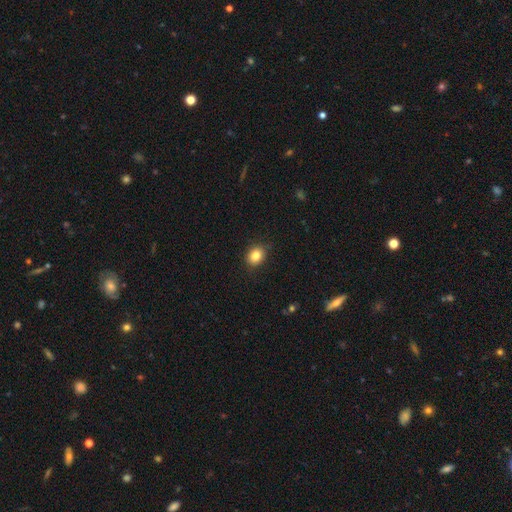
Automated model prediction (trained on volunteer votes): Q: Smooth or featured?
A: smooth (84%); runner-up: star or artifact (10%)
Q: How rounded?
A: round (54%); runner-up: in between (45%)
Q: Merging?
A: none (86%); runner-up: minor disturbance (10%)